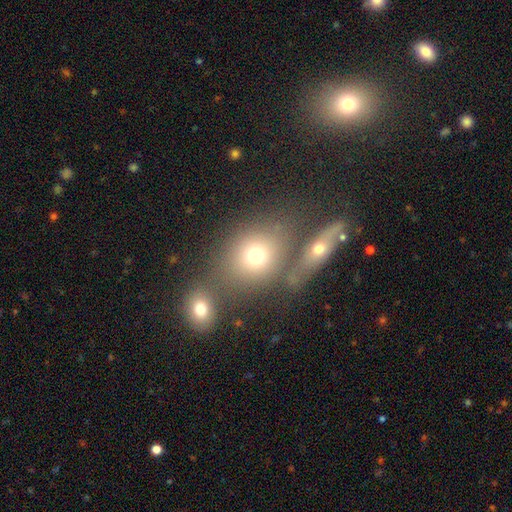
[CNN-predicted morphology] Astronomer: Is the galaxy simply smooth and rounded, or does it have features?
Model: smooth — 72%.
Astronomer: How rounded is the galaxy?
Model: round — 63%.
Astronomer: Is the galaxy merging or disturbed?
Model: none — 53% (runner-up: merger, 31%).